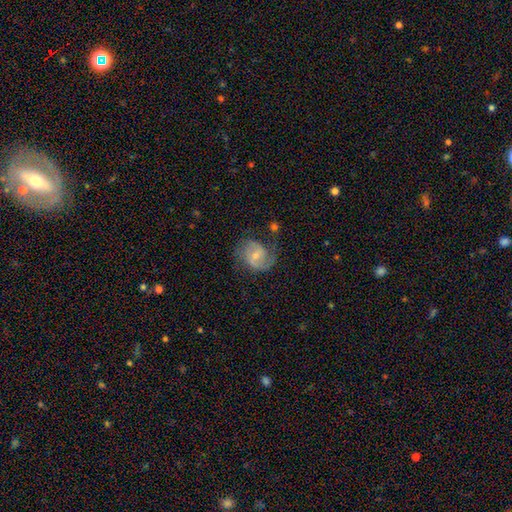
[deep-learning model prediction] Smooth or featured? featured or disk (71%)
Edge-on disk? no (98%)
Bar? weak (51%)
Spiral arms? yes (91%)
Spiral winding? medium (50%)
Spiral arm count? 2 (79%)
Bulge size? small (54%)
Merging? none (61%)